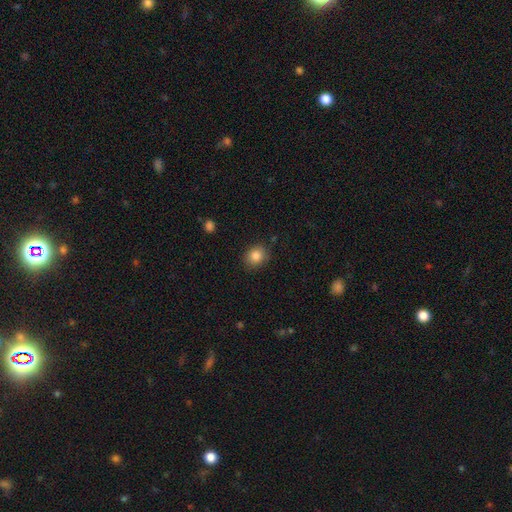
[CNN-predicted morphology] Q: Smooth or featured?
A: smooth (85%); runner-up: star or artifact (9%)
Q: How rounded?
A: round (63%); runner-up: in between (36%)
Q: Merging?
A: none (84%); runner-up: minor disturbance (12%)